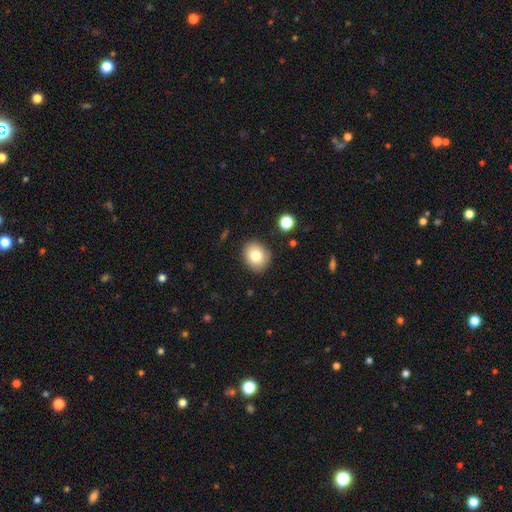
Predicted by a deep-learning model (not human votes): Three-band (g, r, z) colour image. It shows a smooth galaxy with no disk features (79%) that is round (60%). Merging: none (87%).